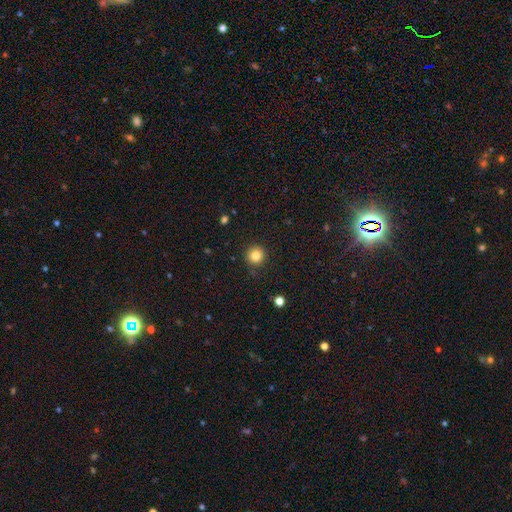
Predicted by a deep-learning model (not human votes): A smooth galaxy with no disk features (83%) that is round (94%). Merging: none (89%).